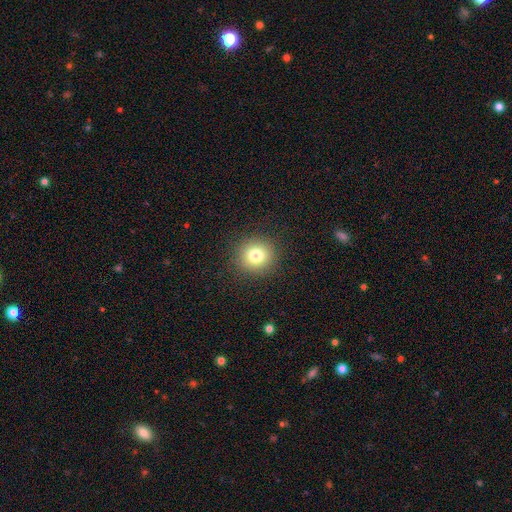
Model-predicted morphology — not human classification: This appears to be a smooth galaxy with no disk features (79%) that is round (90%). Merging: none (90%).